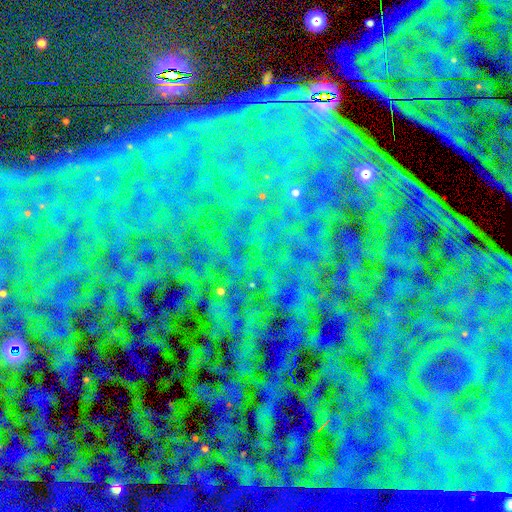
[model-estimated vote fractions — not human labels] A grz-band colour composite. It shows a star or artifact, not a galaxy (84%).